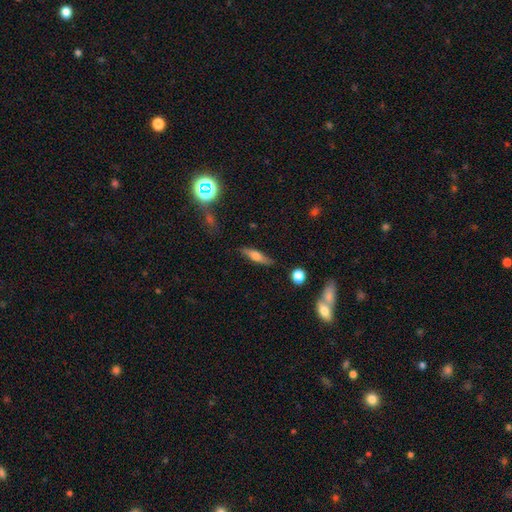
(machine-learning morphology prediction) Smooth or featured? Predicted: smooth (p=0.56). How rounded? Predicted: cigar-shaped (p=0.70). Merging? Predicted: none (p=0.82).